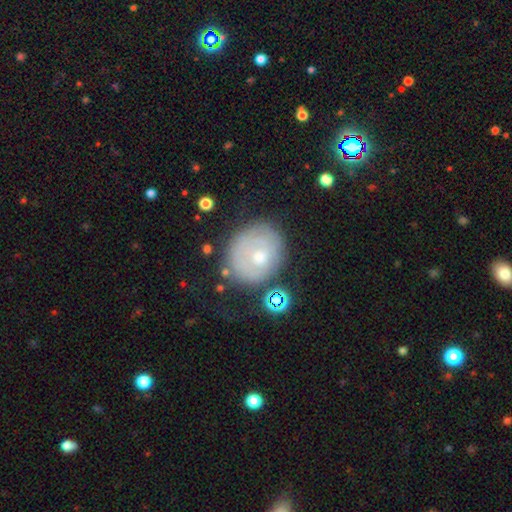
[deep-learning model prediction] Overall: smooth (46%; featured or disk 44%). Merging: none (67%).